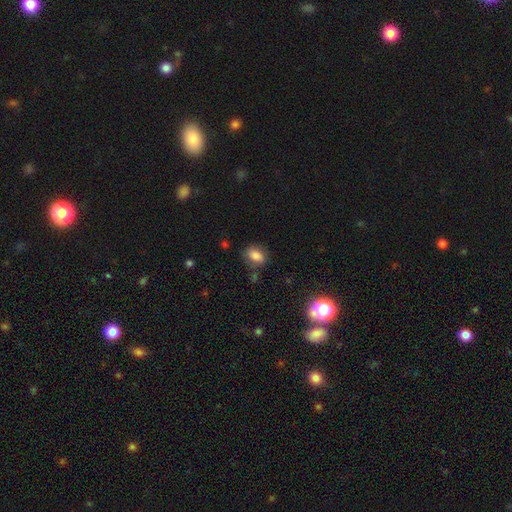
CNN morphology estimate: type=smooth (82%); roundness=in between (73%); merging=none (76%).